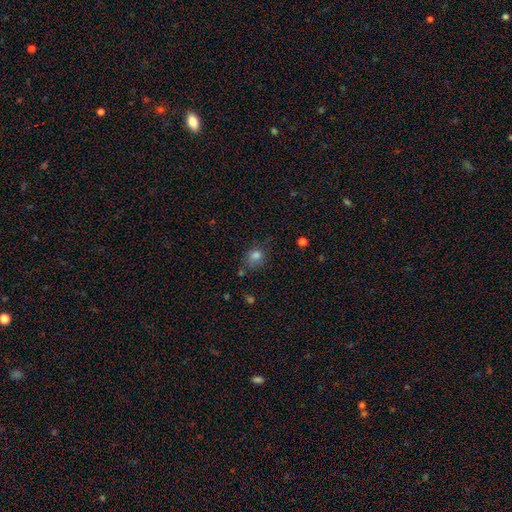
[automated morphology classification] Smooth or featured? Predicted: smooth (p=0.80). How rounded? Predicted: round (p=0.61). Merging? Predicted: none (p=0.60).